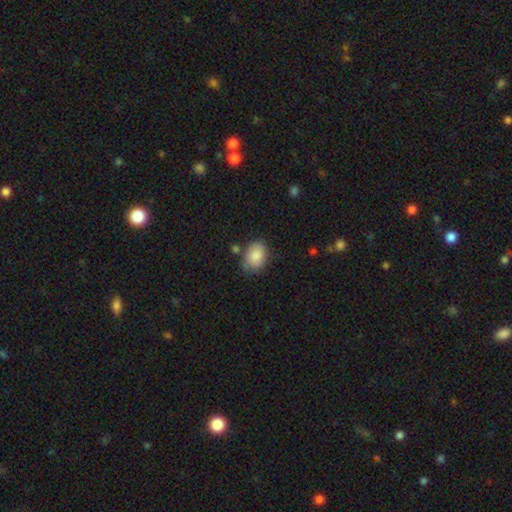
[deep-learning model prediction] Q: Smooth or featured?
A: smooth (85%); runner-up: featured or disk (8%)
Q: How rounded?
A: in between (75%); runner-up: round (24%)
Q: Merging?
A: none (65%); runner-up: minor disturbance (24%)